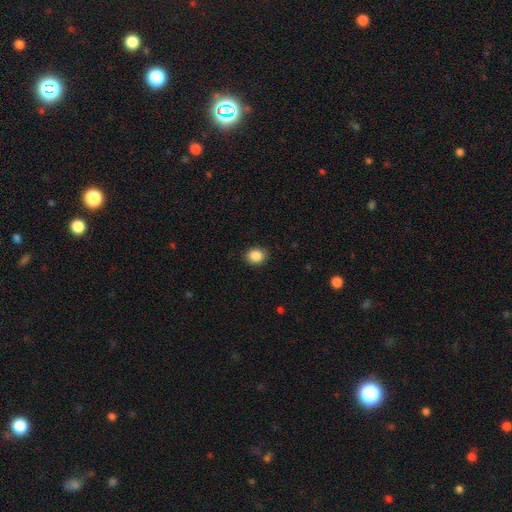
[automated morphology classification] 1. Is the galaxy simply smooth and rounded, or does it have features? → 87% smooth, 9% star or artifact, 4% featured or disk.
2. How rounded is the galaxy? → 59% round, 40% in between, 1% cigar-shaped.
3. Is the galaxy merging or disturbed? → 88% none, 9% minor disturbance, 2% major disturbance, 1% merger.